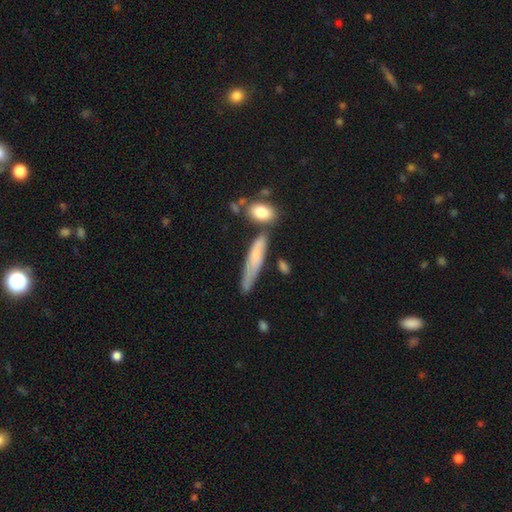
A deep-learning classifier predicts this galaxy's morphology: Smooth or featured: smooth — 66% (featured or disk — 26%)
How rounded: cigar-shaped — 82% (in between — 16%)
Merging: none — 49% (minor disturbance — 26%)